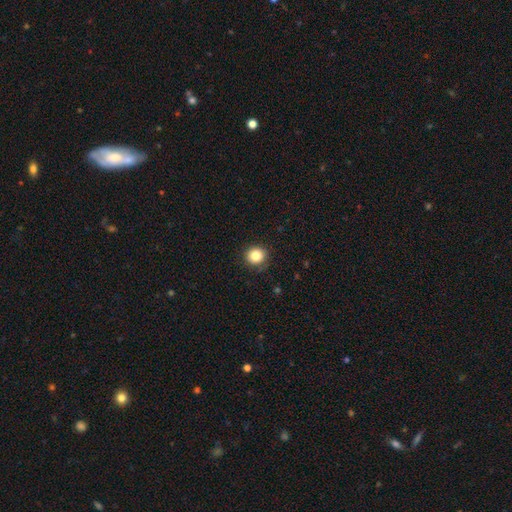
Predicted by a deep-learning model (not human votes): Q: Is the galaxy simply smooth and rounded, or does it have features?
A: smooth — 83%.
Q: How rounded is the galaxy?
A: round — 89%.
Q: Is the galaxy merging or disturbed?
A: none — 89%.